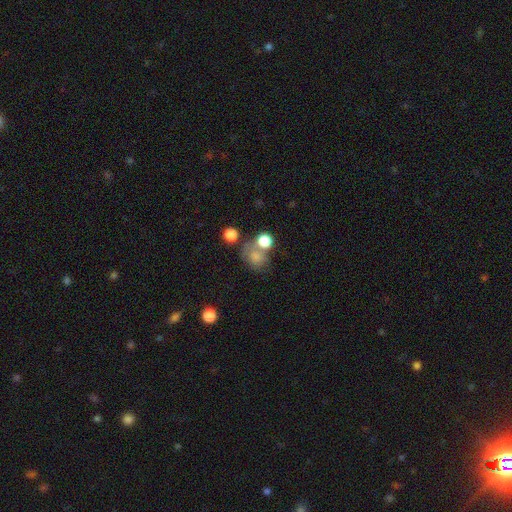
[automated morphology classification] This appears to be a smooth galaxy with no disk features (72%) that is round (66%). Merging: none (42%).